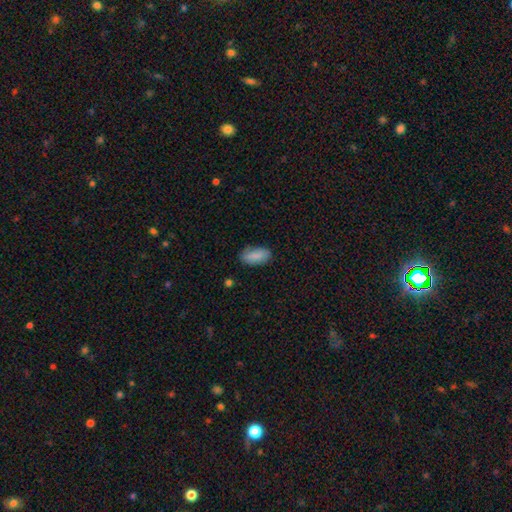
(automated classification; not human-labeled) Smooth or featured? Predicted: smooth (p=0.87). How rounded? Predicted: in between (p=0.90). Merging? Predicted: none (p=0.82).